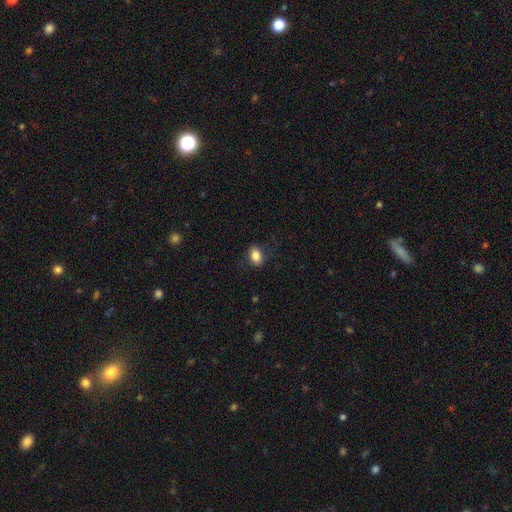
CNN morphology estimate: Smooth or featured: smooth — 83% (star or artifact — 9%)
How rounded: in between — 77% (round — 22%)
Merging: none — 80% (minor disturbance — 15%)